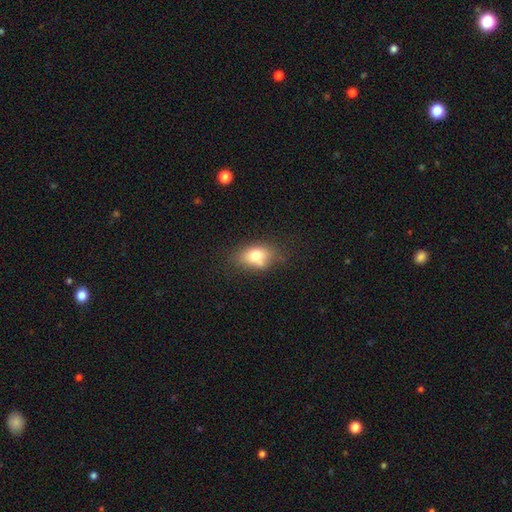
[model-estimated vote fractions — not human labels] smooth 74%, featured or disk 16%, star or artifact 10%. Down the decision tree: how rounded — in between (76%); merging — none (59%).